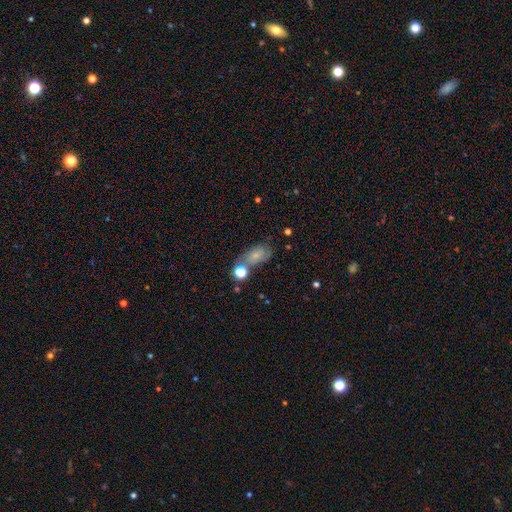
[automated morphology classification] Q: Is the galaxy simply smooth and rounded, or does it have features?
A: smooth — 60%.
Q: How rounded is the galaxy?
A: in between — 82%.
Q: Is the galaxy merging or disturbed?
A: none — 50%.